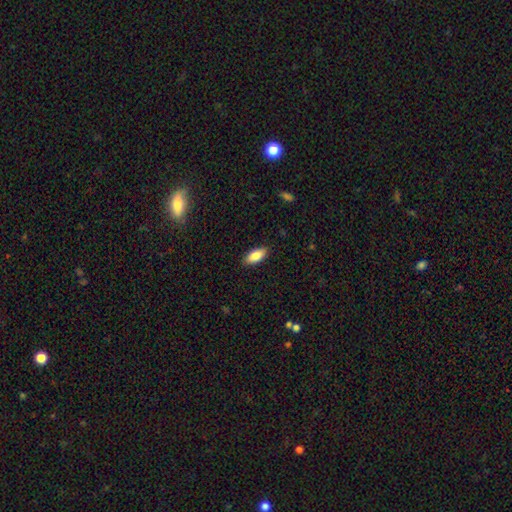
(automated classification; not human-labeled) smooth_or_featured: smooth (p=0.85) [alt: featured or disk p=0.08]
how_rounded: in between (p=0.86) [alt: cigar-shaped p=0.12]
merging: none (p=0.89) [alt: minor disturbance p=0.09]